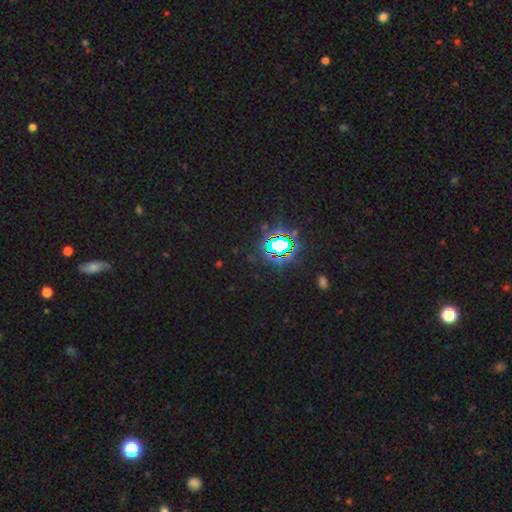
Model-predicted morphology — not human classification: star or artifact 80%, smooth 13%, featured or disk 7%.